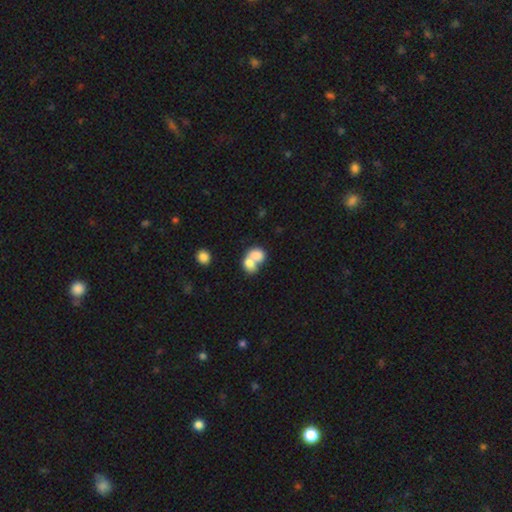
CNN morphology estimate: A smooth galaxy with no disk features (75%) that is in between round and cigar-shaped (56%). Merging: merger (73%).